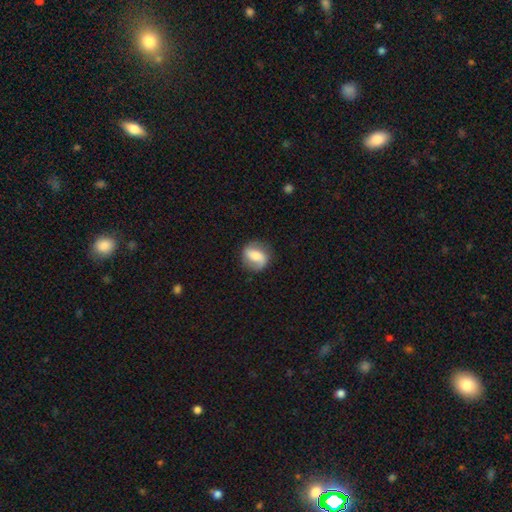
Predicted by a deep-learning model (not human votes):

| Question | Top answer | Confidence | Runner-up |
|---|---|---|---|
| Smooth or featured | featured or disk | 50% | smooth (43%) |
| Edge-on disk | no | 95% | yes (5%) |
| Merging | none | 79% | minor disturbance (14%) |